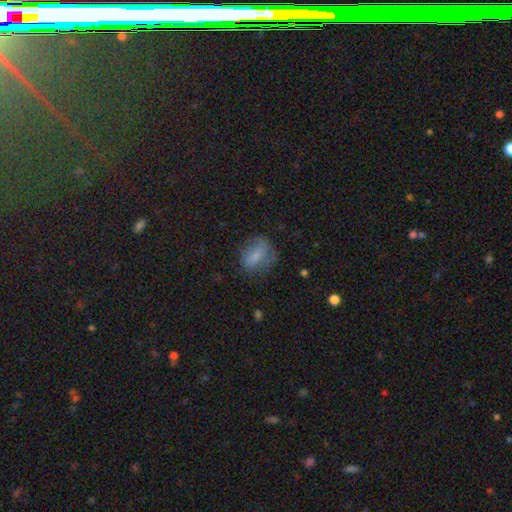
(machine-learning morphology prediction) This is likely a smooth galaxy (72%). How rounded: likely in between (73%). Merging: possibly none (55%).